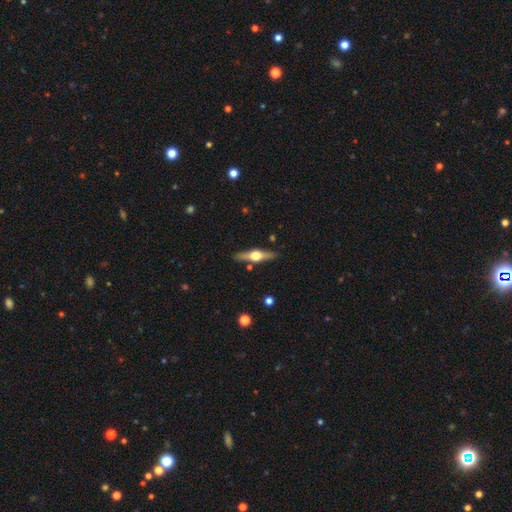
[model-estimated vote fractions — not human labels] The model was most divided on "smooth or featured": featured or disk: 73%, smooth: 21%, star or artifact: 5%. More confident: edge-on disk — yes (97%); edge-on bulge — rounded (96%); merging — none (89%).